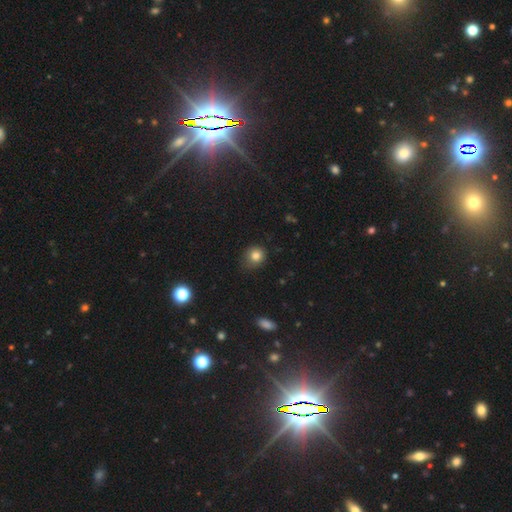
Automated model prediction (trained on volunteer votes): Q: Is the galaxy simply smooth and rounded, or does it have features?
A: smooth — 82%.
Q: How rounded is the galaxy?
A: round — 83%.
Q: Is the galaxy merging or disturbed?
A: none — 70%.